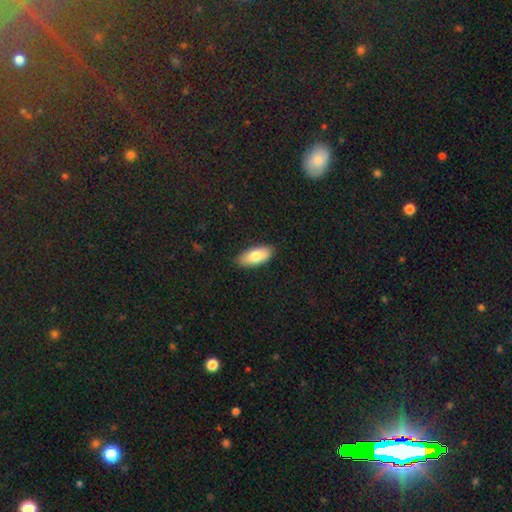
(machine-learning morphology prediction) type=smooth (79%); roundness=in between (85%); merging=none (88%).